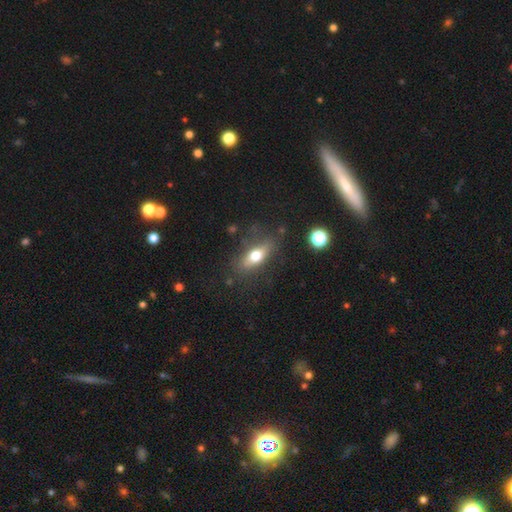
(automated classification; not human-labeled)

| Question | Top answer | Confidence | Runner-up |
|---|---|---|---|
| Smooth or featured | smooth | 59% | featured or disk (33%) |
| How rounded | in between | 59% | cigar-shaped (34%) |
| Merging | none | 75% | minor disturbance (16%) |